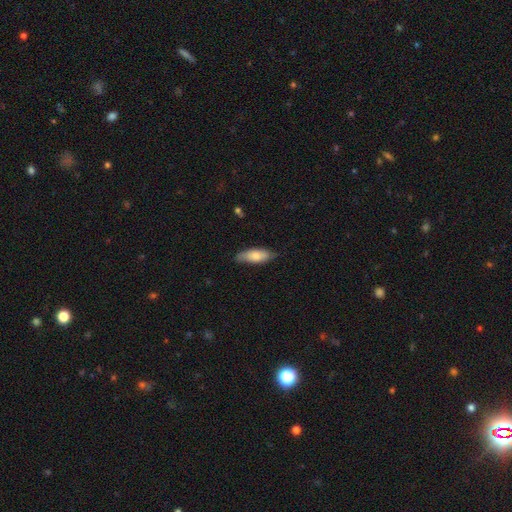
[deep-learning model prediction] Q: Smooth or featured?
A: smooth (73%); runner-up: featured or disk (22%)
Q: How rounded?
A: in between (69%); runner-up: cigar-shaped (29%)
Q: Merging?
A: none (73%); runner-up: minor disturbance (22%)